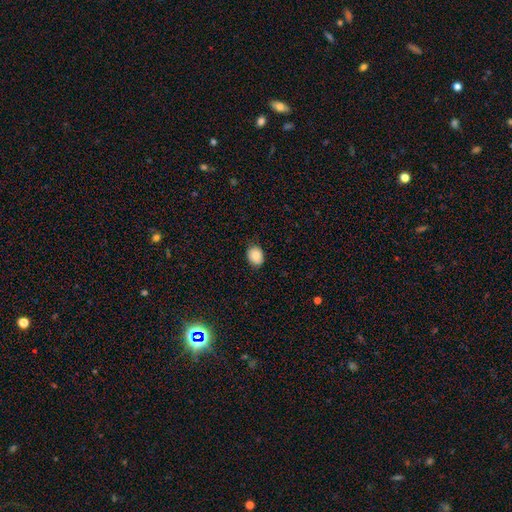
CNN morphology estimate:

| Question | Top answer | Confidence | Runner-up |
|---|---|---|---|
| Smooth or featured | smooth | 82% | featured or disk (9%) |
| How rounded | round | 52% | in between (47%) |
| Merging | none | 83% | minor disturbance (14%) |